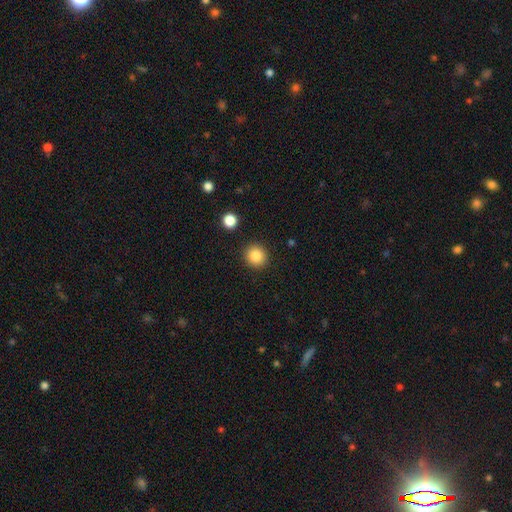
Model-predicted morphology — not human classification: Smooth or featured: smooth — 86% (star or artifact — 10%)
How rounded: round — 90% (in between — 9%)
Merging: none — 91% (minor disturbance — 6%)